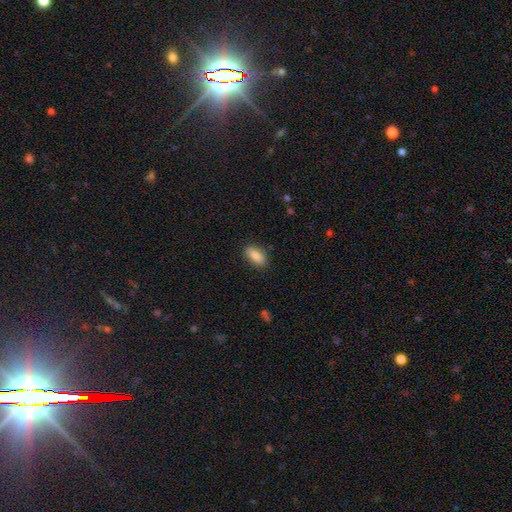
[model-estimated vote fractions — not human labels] This is clearly a smooth galaxy (85%). How rounded: clearly in between (87%). Merging: clearly none (86%).